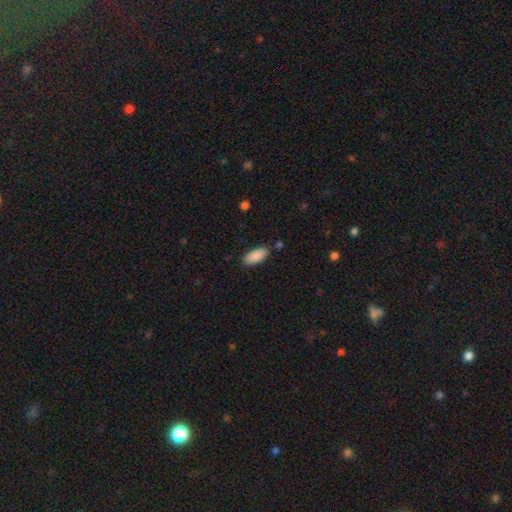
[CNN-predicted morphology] The model was most divided on "merging": none: 84%, minor disturbance: 11%, merger: 3%, major disturbance: 2%. More confident: smooth or featured — smooth (90%); how rounded — in between (87%).